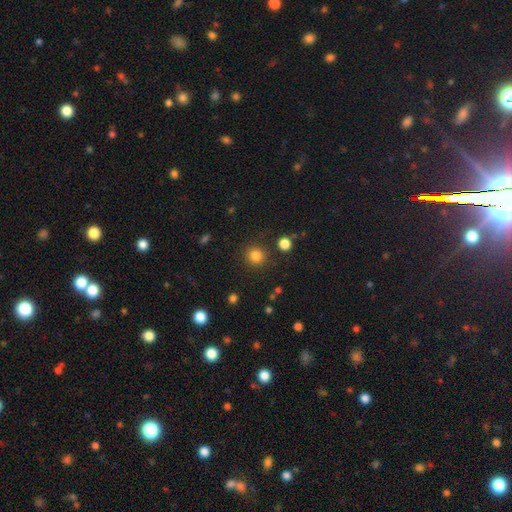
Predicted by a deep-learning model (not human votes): A smooth galaxy with no disk features (82%) that is round (93%).

Vote fractions:
- Smooth or featured? smooth: 82% / star or artifact: 13% / featured or disk: 5%
- How rounded? round: 93% / in between: 6% / cigar-shaped: 1%
- Merging? none: 88% / minor disturbance: 7% / major disturbance: 3% / merger: 3%